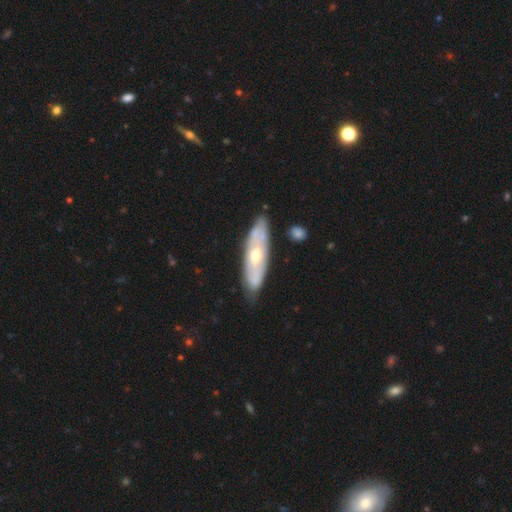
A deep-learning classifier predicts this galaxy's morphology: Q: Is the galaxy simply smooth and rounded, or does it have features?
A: featured or disk — 64%.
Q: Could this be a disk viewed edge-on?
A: no — 70%.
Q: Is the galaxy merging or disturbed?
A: none — 77%.